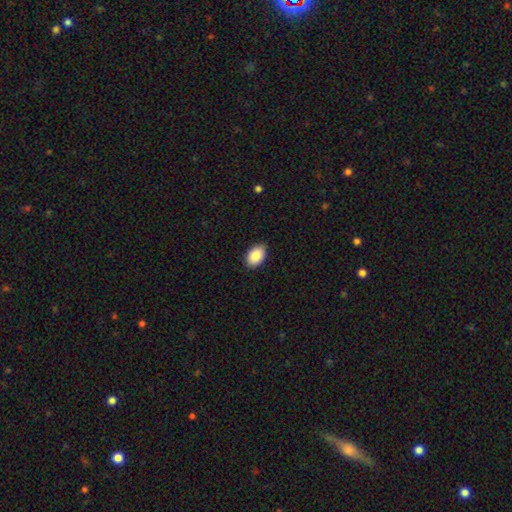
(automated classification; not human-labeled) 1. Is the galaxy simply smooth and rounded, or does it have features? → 89% smooth, 7% star or artifact, 4% featured or disk.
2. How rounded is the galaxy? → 90% in between, 9% round, 1% cigar-shaped.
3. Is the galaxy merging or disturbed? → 86% none, 11% minor disturbance, 2% major disturbance, 1% merger.